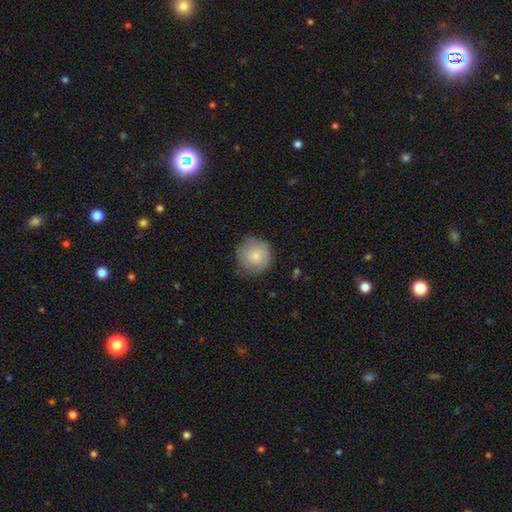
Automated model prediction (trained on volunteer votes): smooth-or-featured: smooth: 77% | featured or disk: 16% | star or artifact: 7%
  how-rounded: round: 94% | in between: 5% | cigar-shaped: 1%
  merging: none: 77% | minor disturbance: 18% | major disturbance: 4% | merger: 1%